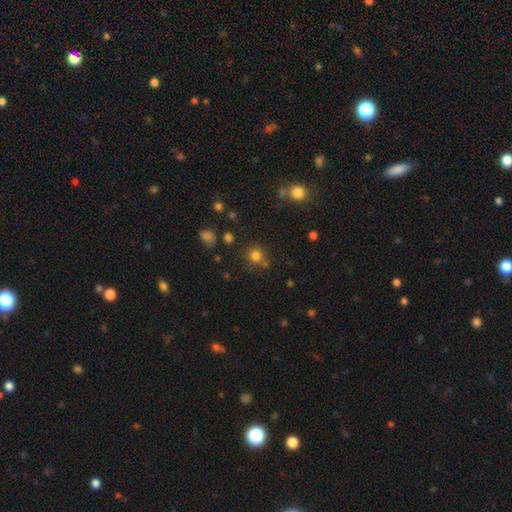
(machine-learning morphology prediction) This is likely a smooth galaxy (77%). How rounded: clearly round (89%). Merging: likely none (73%).